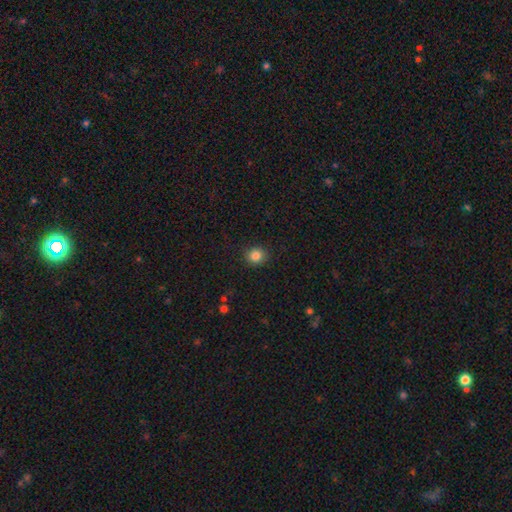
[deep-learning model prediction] This is clearly a smooth galaxy (84%). How rounded: clearly round (83%). Merging: clearly none (89%).